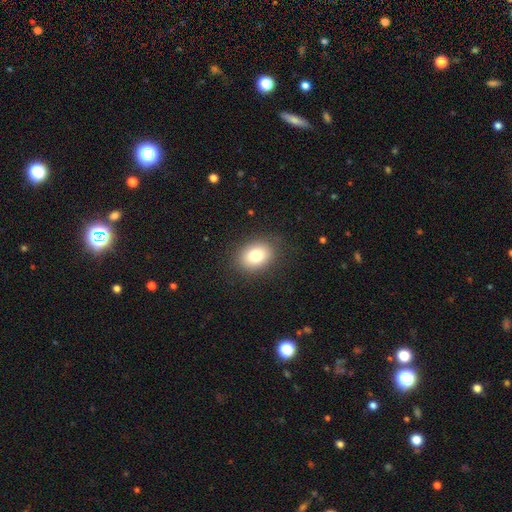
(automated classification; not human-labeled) smooth 79%, featured or disk 11%, star or artifact 10%. Down the decision tree: how rounded — in between (59%); merging — none (86%).